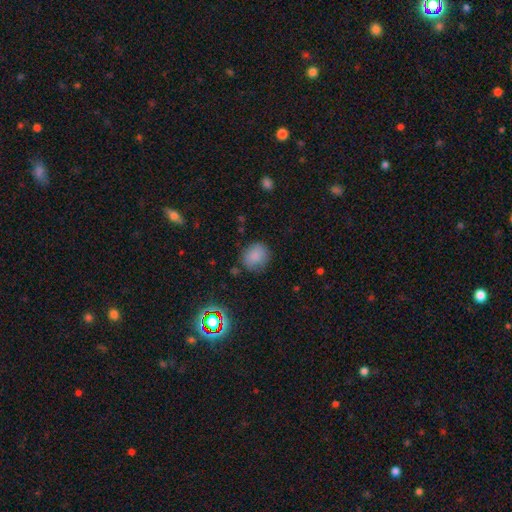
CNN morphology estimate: Smooth or featured? Predicted: smooth (p=0.82). How rounded? Predicted: round (p=0.74). Merging? Predicted: none (p=0.76).